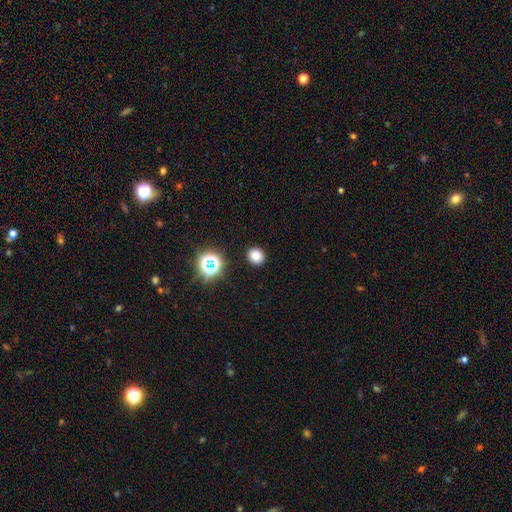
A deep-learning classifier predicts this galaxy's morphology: smooth-or-featured: smooth: 79% | star or artifact: 17% | featured or disk: 5%
  how-rounded: round: 79% | in between: 20% | cigar-shaped: 1%
  merging: none: 91% | minor disturbance: 6% | major disturbance: 2% | merger: 1%